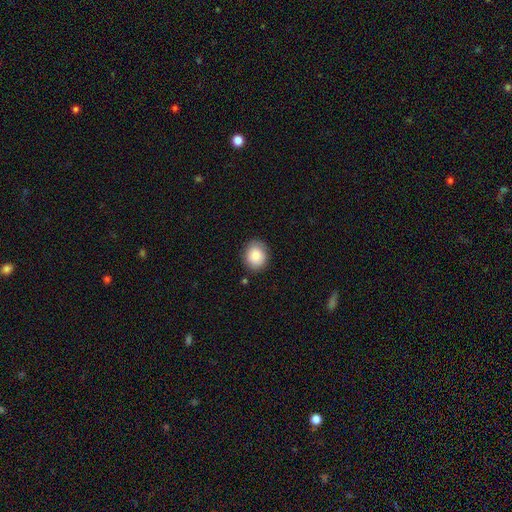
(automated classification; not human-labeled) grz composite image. It shows a smooth galaxy with no disk features (87%) that is round (65%). Merging: none (86%).